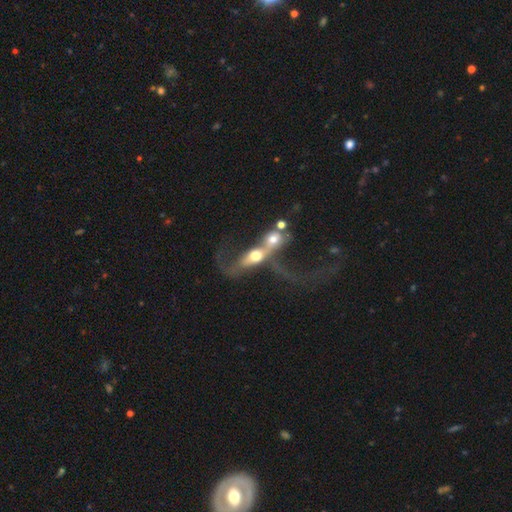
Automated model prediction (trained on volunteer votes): Overall: featured or disk (47%; smooth 42%). Merging: merger (80%).